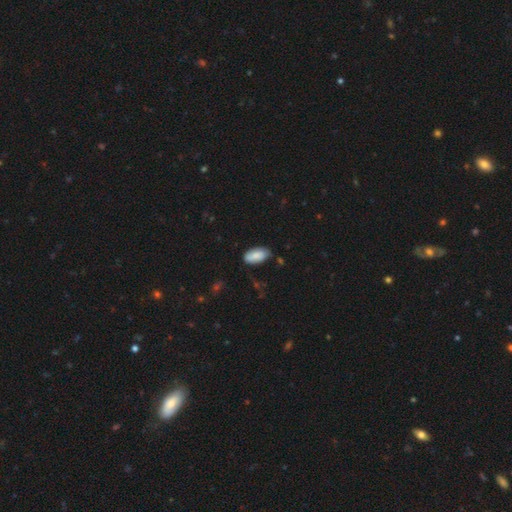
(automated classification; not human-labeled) Q: Smooth or featured?
A: smooth (79%); runner-up: featured or disk (14%)
Q: How rounded?
A: in between (94%); runner-up: cigar-shaped (3%)
Q: Merging?
A: none (71%); runner-up: minor disturbance (23%)